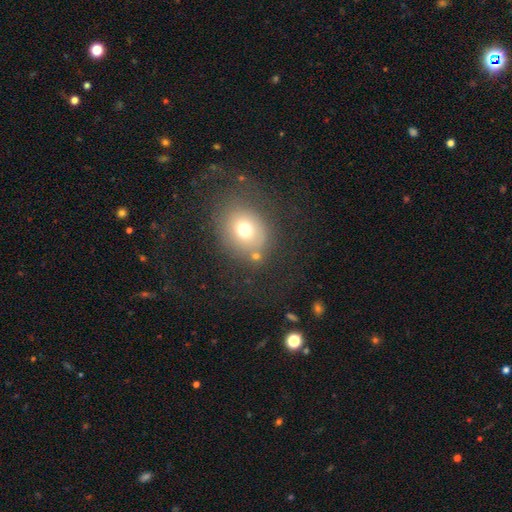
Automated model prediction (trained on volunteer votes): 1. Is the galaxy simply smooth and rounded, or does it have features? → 54% smooth, 26% featured or disk, 20% star or artifact.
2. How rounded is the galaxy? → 67% round, 32% in between, 1% cigar-shaped.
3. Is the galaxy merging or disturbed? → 67% none, 15% major disturbance, 15% minor disturbance, 3% merger.